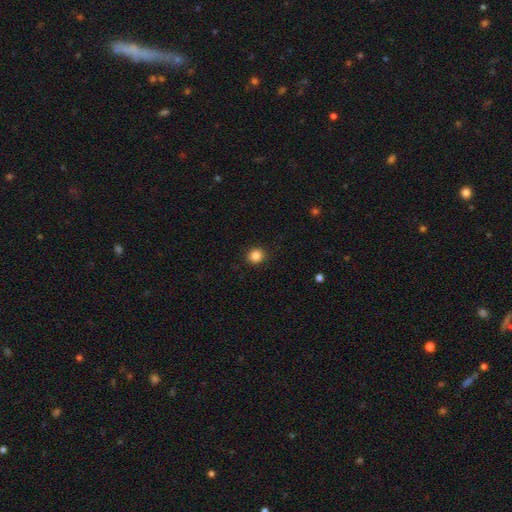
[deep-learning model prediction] Smooth or featured?
  - smooth: 85% *
  - star or artifact: 11%
  - featured or disk: 4%
How rounded?
  - round: 86% *
  - in between: 13%
  - cigar-shaped: 1%
Merging?
  - none: 91% *
  - minor disturbance: 6%
  - major disturbance: 2%
  - merger: 1%